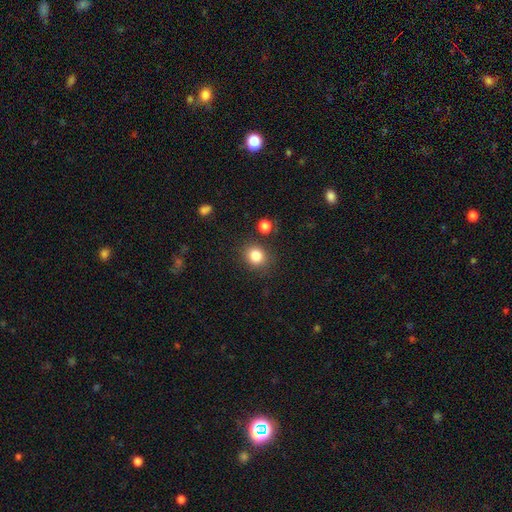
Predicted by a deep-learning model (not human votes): smooth 83%, star or artifact 11%, featured or disk 5%. Down the decision tree: how rounded — round (78%); merging — none (83%).